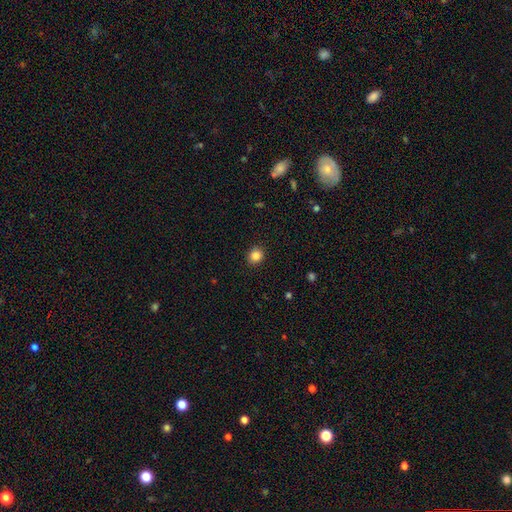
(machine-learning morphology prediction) This appears to be a smooth galaxy with no disk features (85%) that is round (82%). Merging: none (91%).